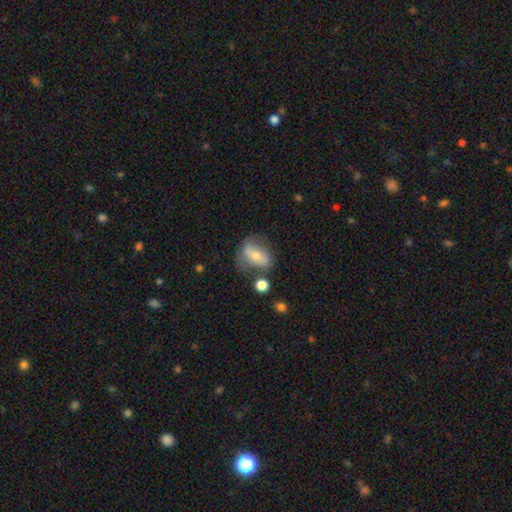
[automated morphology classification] A smooth galaxy with no disk features (55%) that is in between round and cigar-shaped (77%).

Vote fractions:
- Smooth or featured? smooth: 55% / featured or disk: 36% / star or artifact: 8%
- How rounded? in between: 77% / round: 18% / cigar-shaped: 5%
- Merging? none: 50% / minor disturbance: 25% / major disturbance: 15% / merger: 10%